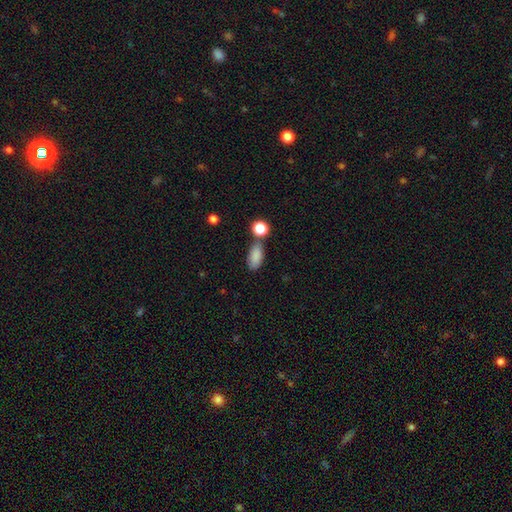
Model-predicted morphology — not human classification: The model was most divided on "merging": none: 64%, minor disturbance: 16%, merger: 14%, major disturbance: 5%. More confident: how rounded — in between (88%); smooth or featured — smooth (86%).